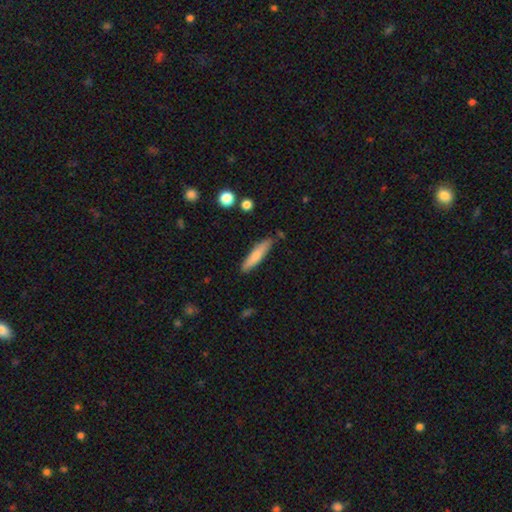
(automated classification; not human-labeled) This is likely a smooth galaxy (74%). How rounded: clearly cigar-shaped (84%). Merging: clearly none (84%).